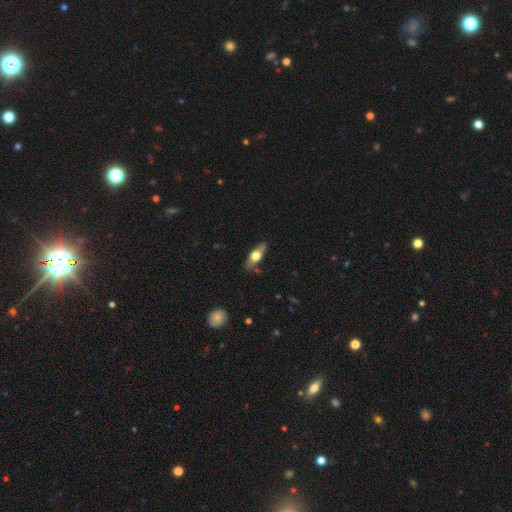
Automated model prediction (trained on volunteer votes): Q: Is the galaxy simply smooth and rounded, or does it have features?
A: featured or disk — 48%.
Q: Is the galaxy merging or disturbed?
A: none — 81%.